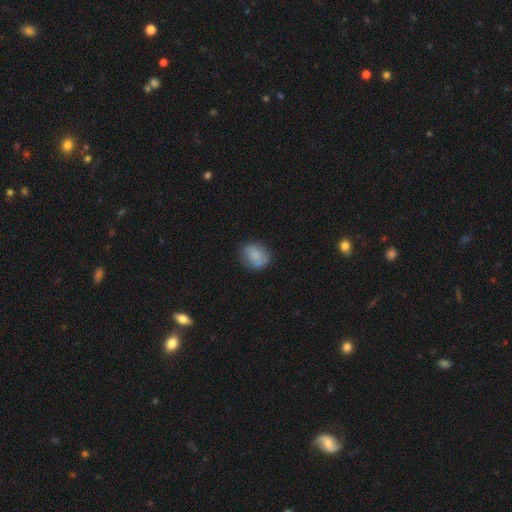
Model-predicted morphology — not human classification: smooth 79%, featured or disk 14%, star or artifact 8%. Down the decision tree: how rounded — round (58%); merging — none (70%).